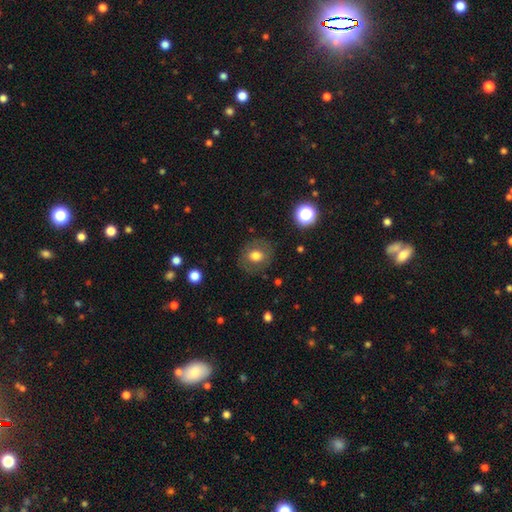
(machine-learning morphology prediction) Smooth or featured? Predicted: smooth (p=0.70). How rounded? Predicted: round (p=0.72). Merging? Predicted: none (p=0.82).